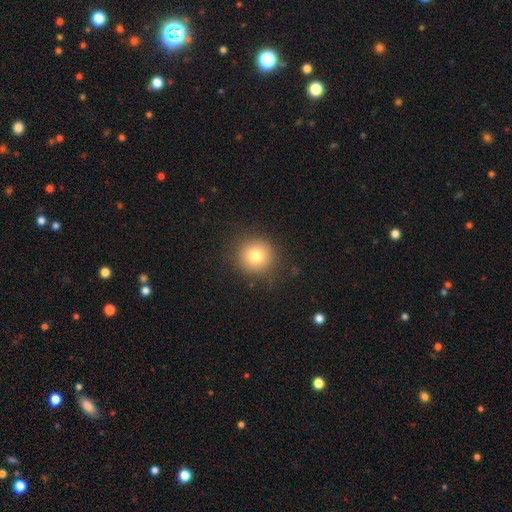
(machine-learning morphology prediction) smooth-or-featured: smooth: 78% | star or artifact: 12% | featured or disk: 10%
  how-rounded: round: 94% | in between: 5% | cigar-shaped: 1%
  merging: none: 87% | minor disturbance: 9% | major disturbance: 3% | merger: 1%